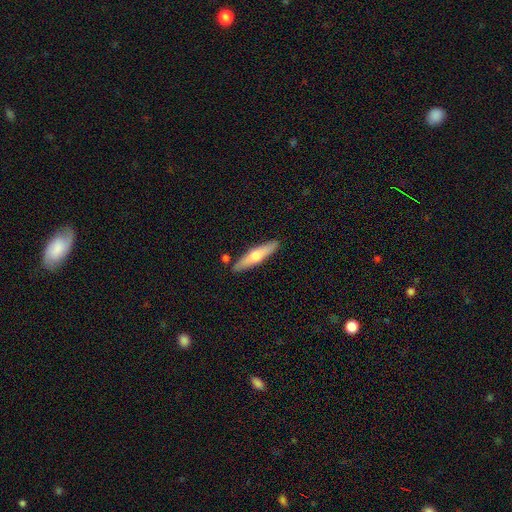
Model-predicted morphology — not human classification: This appears to be a smooth galaxy with no disk features (50%). Merging: none (86%).